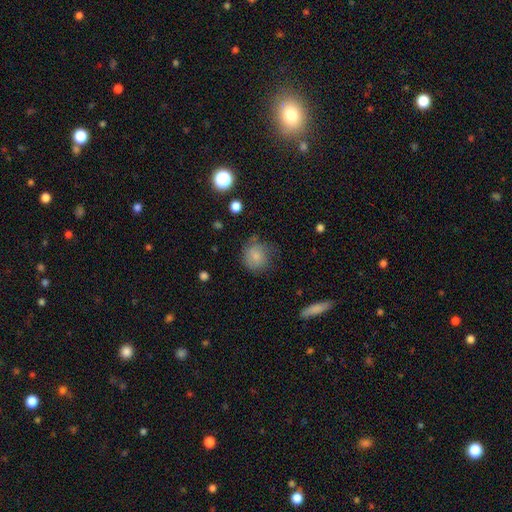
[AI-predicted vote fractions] This is likely a smooth galaxy (76%). How rounded: clearly round (81%). Merging: possibly none (58%).